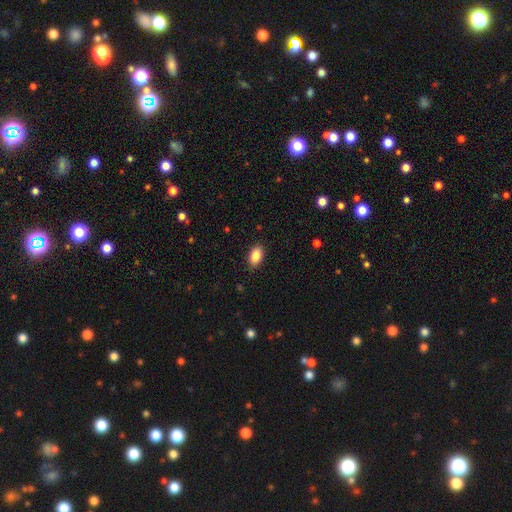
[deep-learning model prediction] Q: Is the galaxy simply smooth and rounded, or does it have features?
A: smooth — 87%.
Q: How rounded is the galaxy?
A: in between — 90%.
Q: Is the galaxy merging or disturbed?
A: none — 89%.